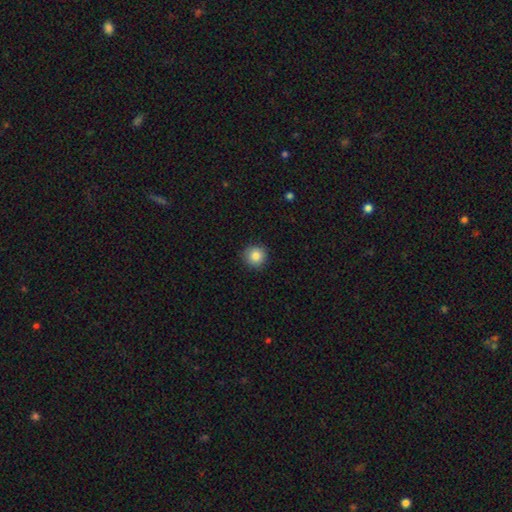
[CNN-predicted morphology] Smooth or featured: smooth — 85% (star or artifact — 9%)
How rounded: round — 94% (in between — 5%)
Merging: none — 91% (minor disturbance — 6%)